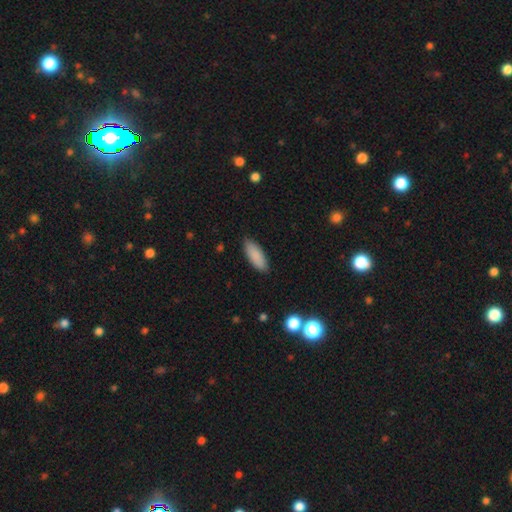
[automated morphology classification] Q: Smooth or featured?
A: smooth (88%); runner-up: star or artifact (6%)
Q: How rounded?
A: in between (74%); runner-up: cigar-shaped (24%)
Q: Merging?
A: none (87%); runner-up: minor disturbance (10%)